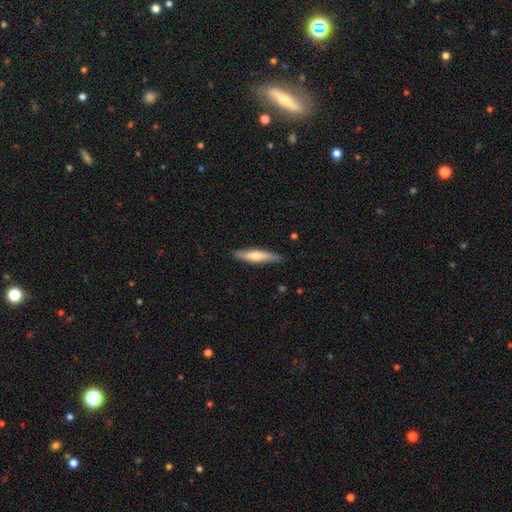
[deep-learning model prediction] Smooth or featured? smooth (56%)
How rounded? cigar-shaped (83%)
Merging? none (85%)